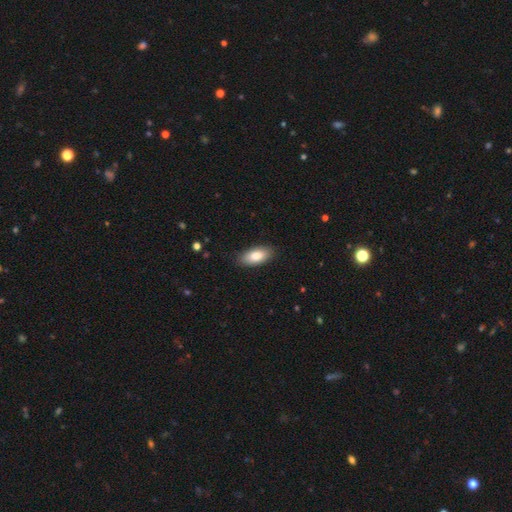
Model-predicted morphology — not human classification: A smooth galaxy with no disk features (84%) that is in between round and cigar-shaped (90%).

Vote fractions:
- Smooth or featured? smooth: 84% / featured or disk: 9% / star or artifact: 6%
- How rounded? in between: 90% / cigar-shaped: 7% / round: 3%
- Merging? none: 86% / minor disturbance: 11% / major disturbance: 2% / merger: 1%